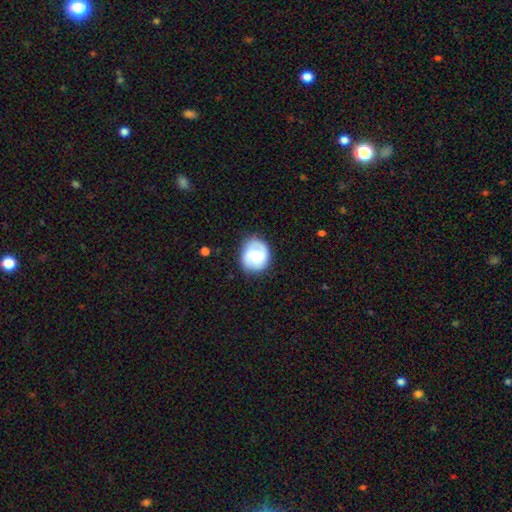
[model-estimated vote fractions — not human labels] A smooth galaxy with no disk features (53%) that is round (69%).

Vote fractions:
- Smooth or featured? smooth: 53% / featured or disk: 40% / star or artifact: 7%
- How rounded? round: 69% / in between: 30% / cigar-shaped: 1%
- Merging? none: 74% / minor disturbance: 19% / major disturbance: 6% / merger: 2%